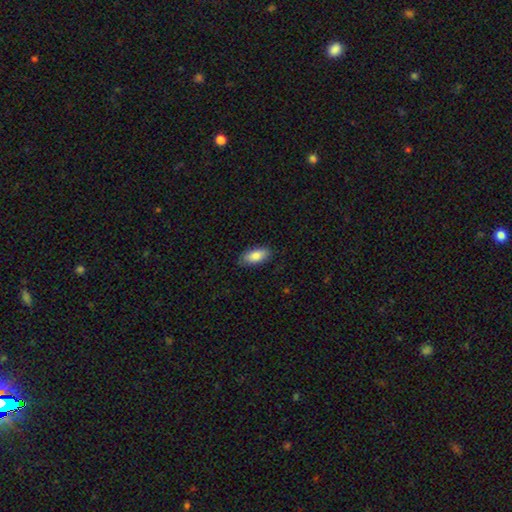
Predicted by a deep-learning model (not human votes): The model was most divided on "merging": none: 86%, minor disturbance: 11%, major disturbance: 2%, merger: 1%. More confident: how rounded — in between (89%); smooth or featured — smooth (86%).